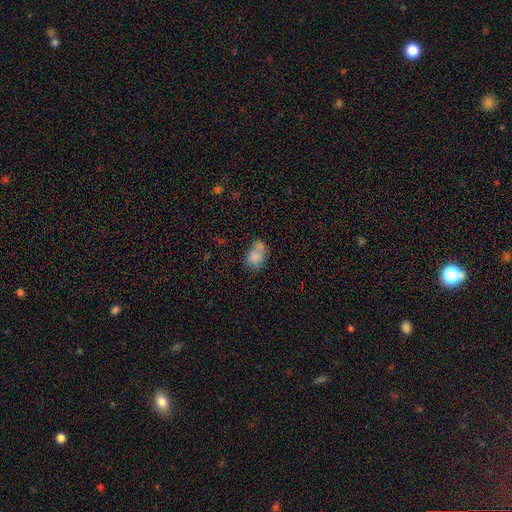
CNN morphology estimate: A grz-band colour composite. It shows a smooth galaxy with no disk features (79%) that is in between round and cigar-shaped (68%). Merging: none (43%).